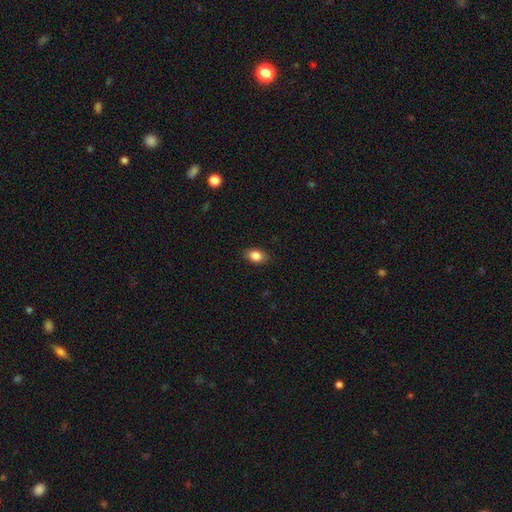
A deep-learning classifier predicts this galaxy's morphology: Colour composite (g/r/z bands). It shows a smooth galaxy with no disk features (85%) that is in between round and cigar-shaped (77%). Merging: none (84%).